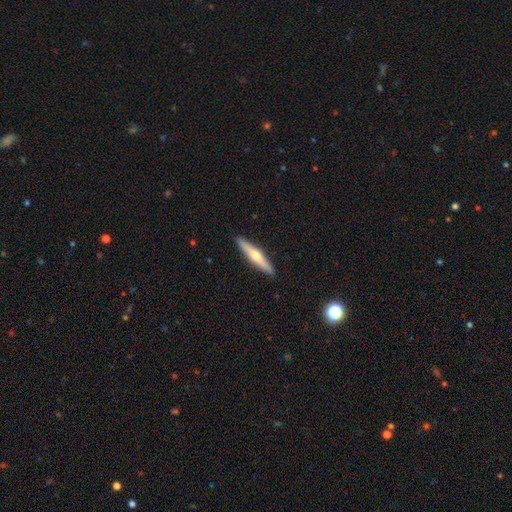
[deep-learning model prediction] This appears to be a featured or disk galaxy (54%) viewed edge-on (95%) with a rounded central bulge (90%). Merging: none (91%).